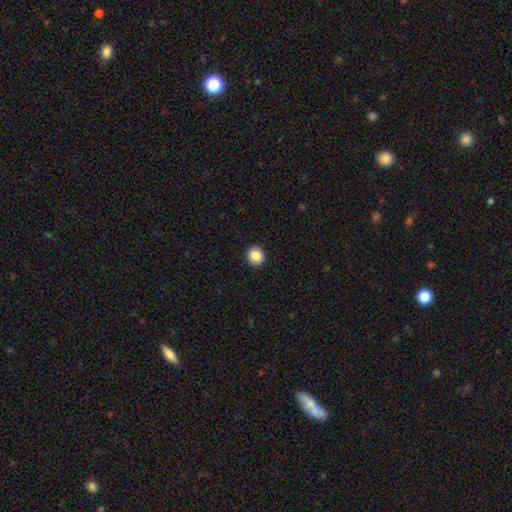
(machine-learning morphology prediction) This is clearly a smooth galaxy (88%). How rounded: clearly round (85%). Merging: clearly none (92%).